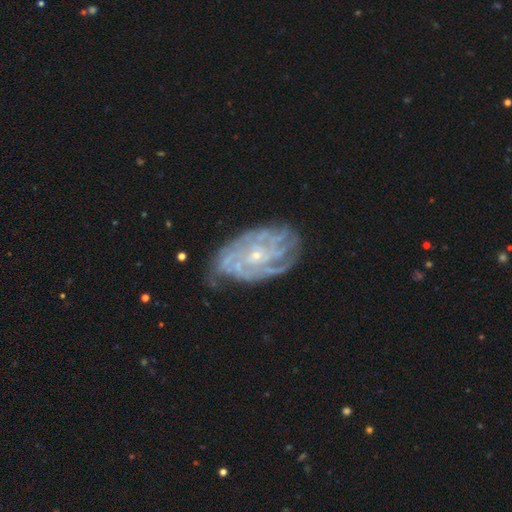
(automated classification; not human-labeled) smooth_or_featured: featured or disk (p=0.86) [alt: smooth p=0.07]
disk_edge_on: no (p=0.96) [alt: yes p=0.04]
bar: no (p=0.71) [alt: weak p=0.23]
has_spiral_arms: yes (p=0.95) [alt: no p=0.05]
spiral_winding: tight (p=0.69) [alt: medium p=0.24]
spiral_arm_count: can't tell (p=0.33) [alt: 4 p=0.21]
bulge_size: small (p=0.82) [alt: moderate p=0.14]
merging: none (p=0.69) [alt: minor disturbance p=0.21]